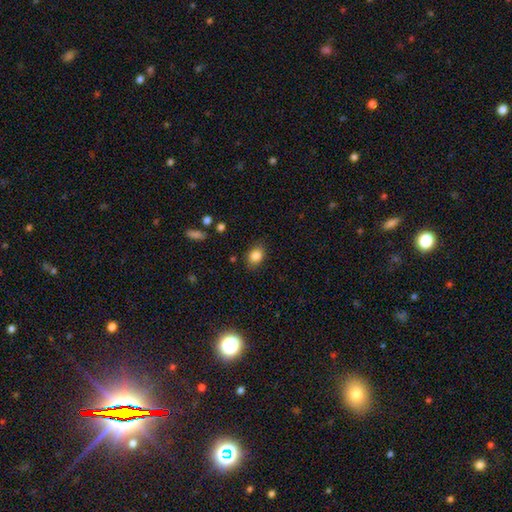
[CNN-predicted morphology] smooth-or-featured: smooth: 84% | star or artifact: 10% | featured or disk: 6%
  how-rounded: in between: 59% | round: 39% | cigar-shaped: 1%
  merging: none: 81% | minor disturbance: 14% | major disturbance: 3% | merger: 2%